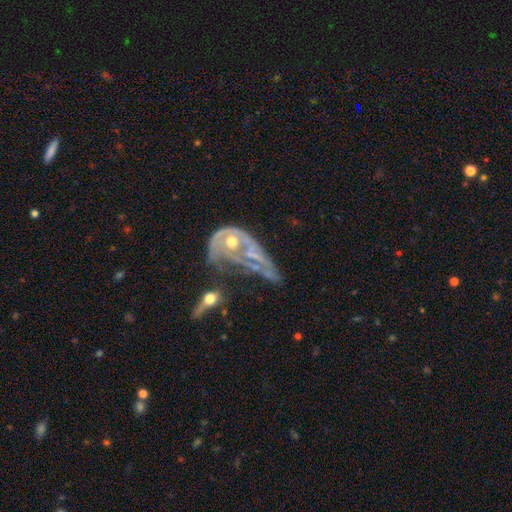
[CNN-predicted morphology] smooth_or_featured: featured or disk (p=0.70) [alt: smooth p=0.20]
disk_edge_on: no (p=0.91) [alt: yes p=0.09]
bar: no (p=0.80) [alt: weak p=0.14]
has_spiral_arms: no (p=0.53) [alt: yes p=0.47]
bulge_size: moderate (p=0.55) [alt: small p=0.27]
merging: merger (p=0.40) [alt: major disturbance p=0.31]